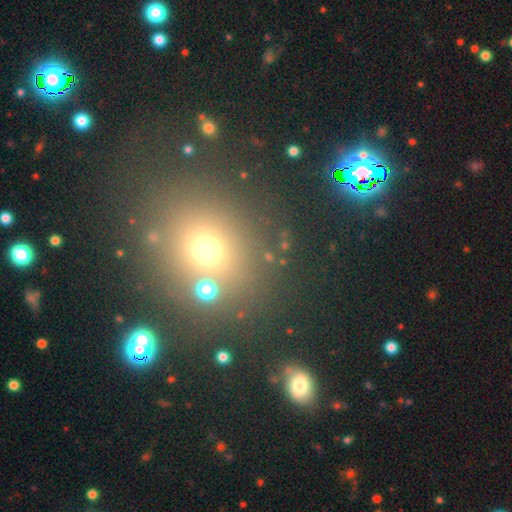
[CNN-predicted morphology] smooth_or_featured: smooth (p=0.53) [alt: star or artifact p=0.36]
how_rounded: round (p=0.78) [alt: in between p=0.20]
merging: none (p=0.77) [alt: minor disturbance p=0.10]